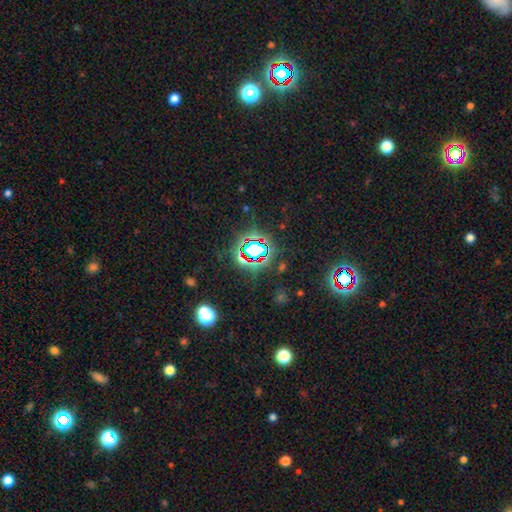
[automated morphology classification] A star or artifact, not a galaxy (77%).